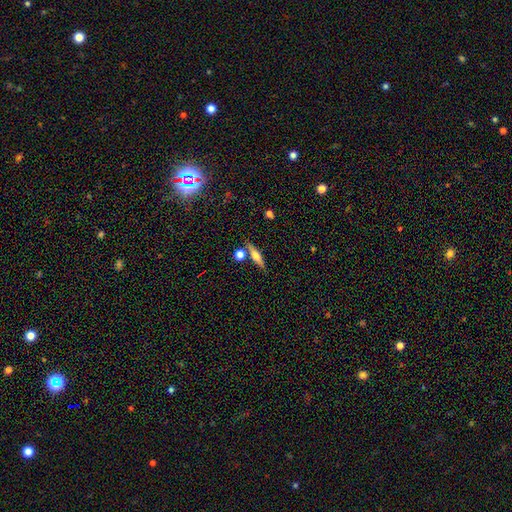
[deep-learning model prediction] Smooth or featured?
  - featured or disk: 49% *
  - smooth: 42%
  - star or artifact: 8%
Merging?
  - none: 76% *
  - merger: 11%
  - minor disturbance: 10%
  - major disturbance: 3%